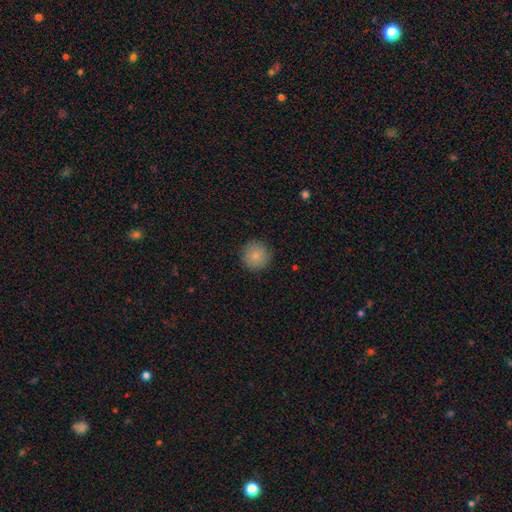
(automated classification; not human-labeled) Q: Smooth or featured?
A: smooth (84%); runner-up: star or artifact (9%)
Q: How rounded?
A: round (95%); runner-up: in between (4%)
Q: Merging?
A: none (90%); runner-up: minor disturbance (7%)